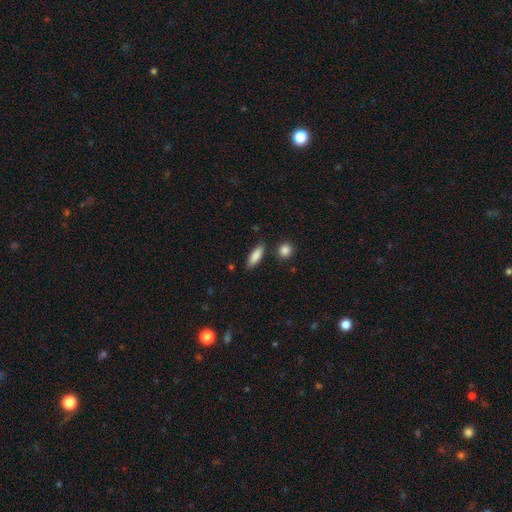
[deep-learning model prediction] Overall: smooth (85%). How rounded: in between (58%; cigar-shaped 39%). Merging: none (83%).